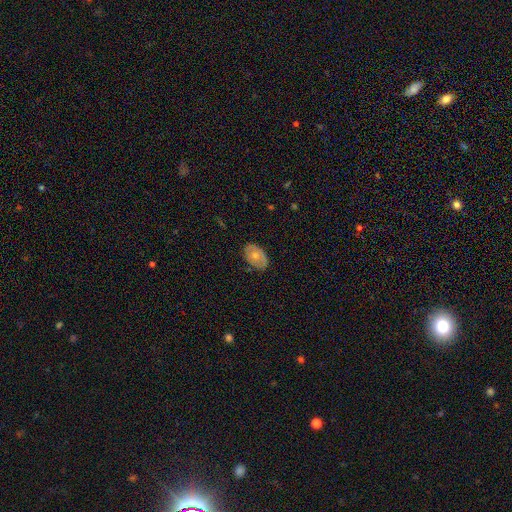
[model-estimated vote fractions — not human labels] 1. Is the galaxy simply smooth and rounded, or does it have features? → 59% smooth, 34% featured or disk, 7% star or artifact.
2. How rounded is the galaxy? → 83% in between, 16% round, 1% cigar-shaped.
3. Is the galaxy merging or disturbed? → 77% none, 18% minor disturbance, 4% major disturbance, 1% merger.